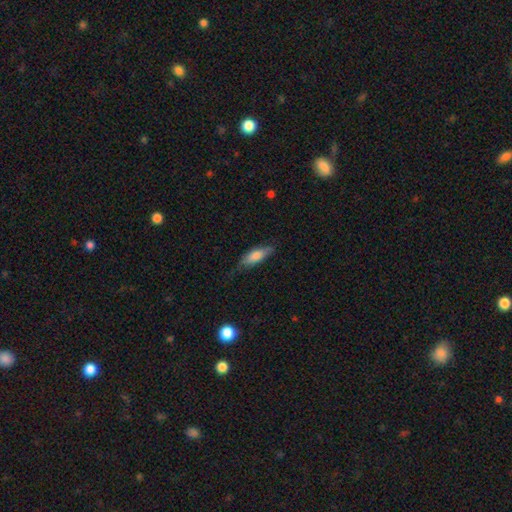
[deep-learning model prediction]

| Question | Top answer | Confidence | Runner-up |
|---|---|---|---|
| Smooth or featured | smooth | 72% | featured or disk (22%) |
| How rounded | in between | 58% | cigar-shaped (40%) |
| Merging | none | 63% | minor disturbance (27%) |